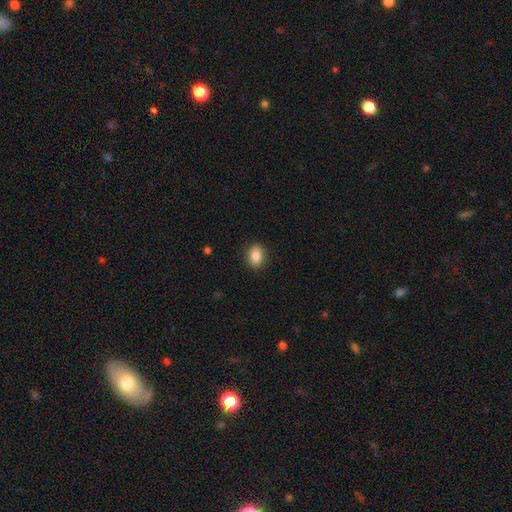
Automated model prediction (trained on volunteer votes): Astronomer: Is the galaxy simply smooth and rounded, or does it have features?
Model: smooth — 87%.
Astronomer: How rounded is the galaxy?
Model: in between — 73%.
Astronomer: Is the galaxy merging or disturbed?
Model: none — 89%.